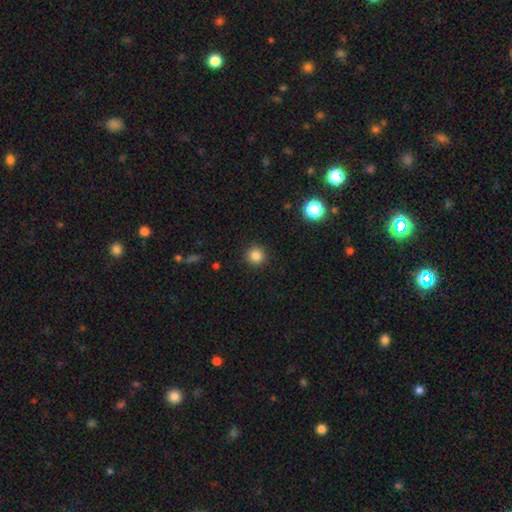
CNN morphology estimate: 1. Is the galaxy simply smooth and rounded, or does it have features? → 83% smooth, 12% star or artifact, 5% featured or disk.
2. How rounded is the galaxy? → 95% round, 4% in between, 1% cigar-shaped.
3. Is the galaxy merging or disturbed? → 92% none, 5% minor disturbance, 2% major disturbance, 1% merger.